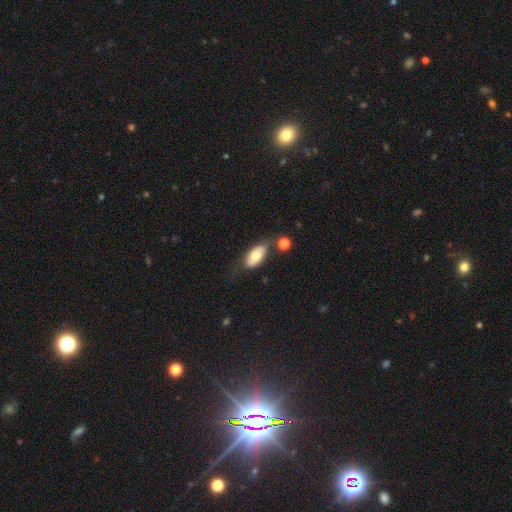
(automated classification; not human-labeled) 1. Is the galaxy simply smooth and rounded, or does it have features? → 65% smooth, 28% featured or disk, 7% star or artifact.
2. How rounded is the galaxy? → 89% in between, 7% cigar-shaped, 4% round.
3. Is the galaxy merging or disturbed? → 60% none, 20% minor disturbance, 12% merger, 8% major disturbance.